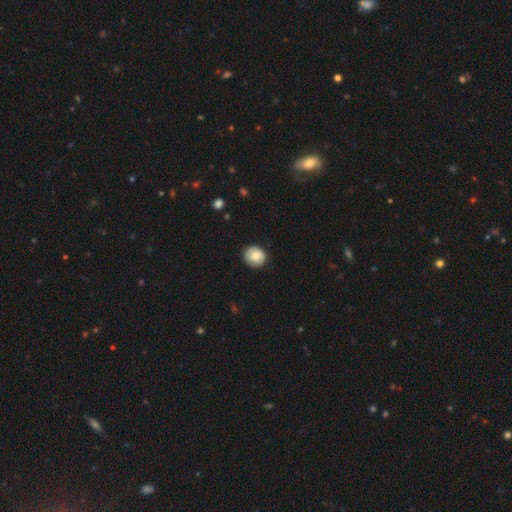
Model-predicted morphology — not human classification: This appears to be a smooth galaxy with no disk features (77%) that is round (83%). Merging: none (85%).